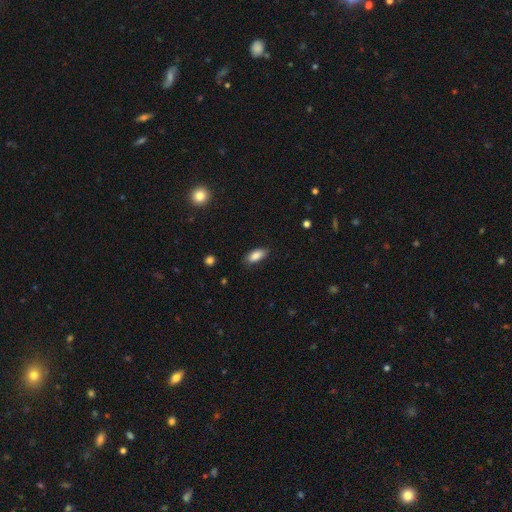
smooth-or-featured: smooth: 95% | star or artifact: 5% | featured or disk: 0%
  how-rounded: in between: 86% | cigar-shaped: 14% | round: 0%
  merging: none: 80% | minor disturbance: 17% | major disturbance: 3% | merger: 0%